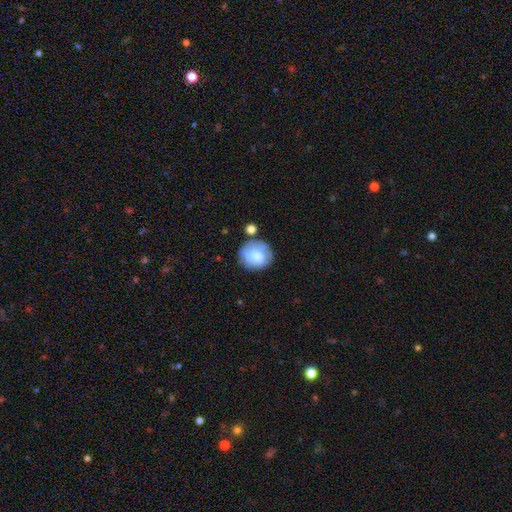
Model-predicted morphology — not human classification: smooth_or_featured: smooth (p=0.56) [alt: featured or disk p=0.36]
how_rounded: round (p=0.76) [alt: in between p=0.23]
merging: none (p=0.62) [alt: minor disturbance p=0.21]